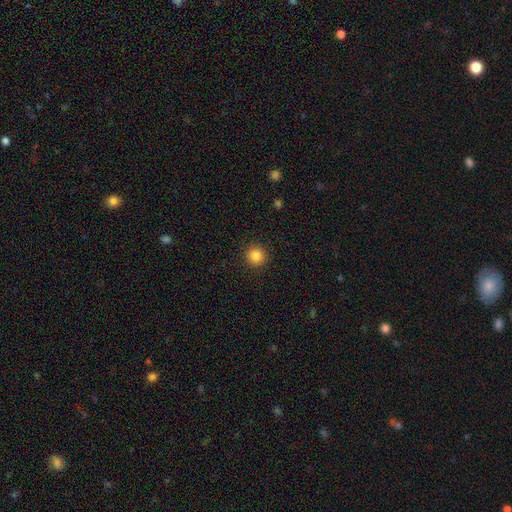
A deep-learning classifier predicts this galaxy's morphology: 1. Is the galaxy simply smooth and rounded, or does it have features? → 85% smooth, 11% star or artifact, 4% featured or disk.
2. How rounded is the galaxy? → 94% round, 5% in between, 1% cigar-shaped.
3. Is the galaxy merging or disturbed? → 92% none, 5% minor disturbance, 2% major disturbance, 1% merger.